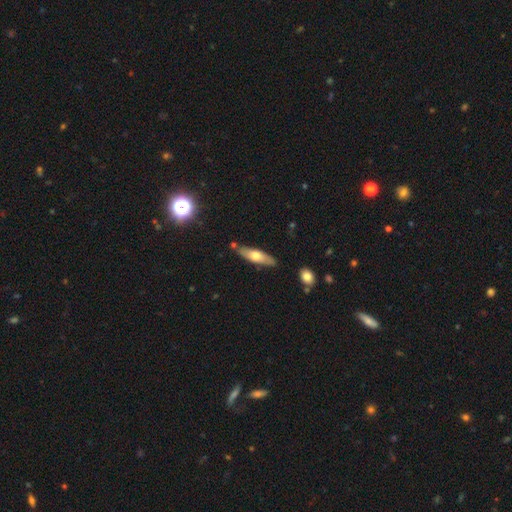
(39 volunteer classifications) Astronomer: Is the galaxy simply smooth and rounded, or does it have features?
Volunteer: smooth — 49% (runner-up: featured or disk, 44%).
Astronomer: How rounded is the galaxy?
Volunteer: cigar-shaped — 74%.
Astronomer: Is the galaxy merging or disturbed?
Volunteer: none — 86%.